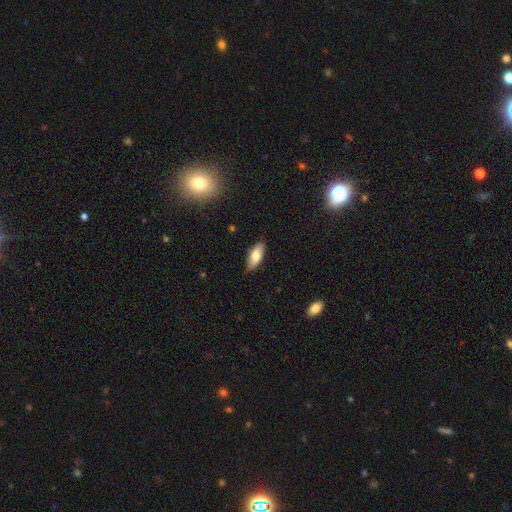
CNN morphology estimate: A smooth galaxy with no disk features (75%) that is in between round and cigar-shaped (78%). Merging: none (82%).